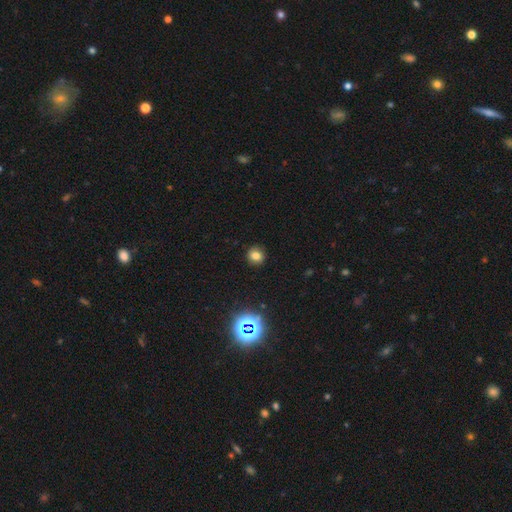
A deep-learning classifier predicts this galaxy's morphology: Overall: smooth (76%). How rounded: round (81%). Merging: none (89%).